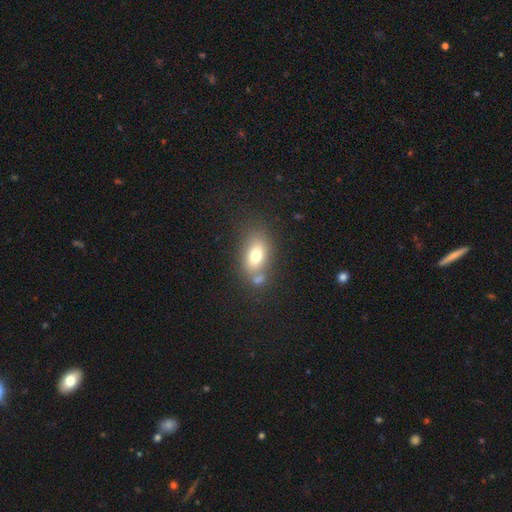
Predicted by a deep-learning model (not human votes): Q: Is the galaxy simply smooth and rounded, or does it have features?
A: smooth — 74%.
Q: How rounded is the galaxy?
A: in between — 84%.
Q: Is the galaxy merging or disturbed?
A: none — 57%.